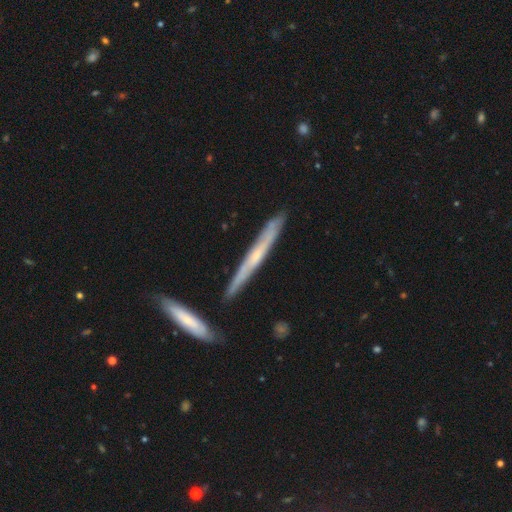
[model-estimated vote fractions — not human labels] This appears to be a featured or disk galaxy (63%) viewed edge-on (92%) with no central bulge (56%). Merging: none (83%).